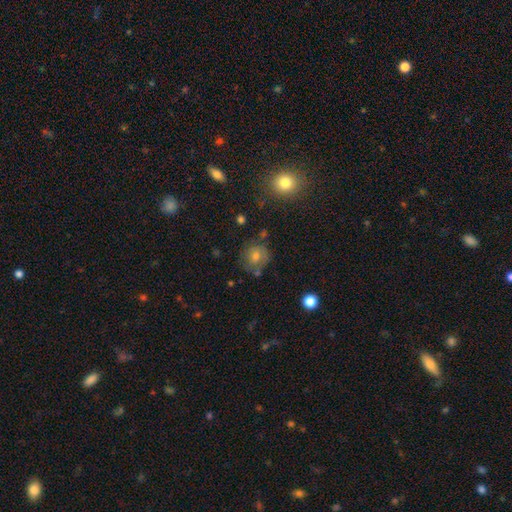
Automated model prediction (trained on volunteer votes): This appears to be a smooth galaxy with no disk features (53%) that is round (85%). Merging: none (73%).